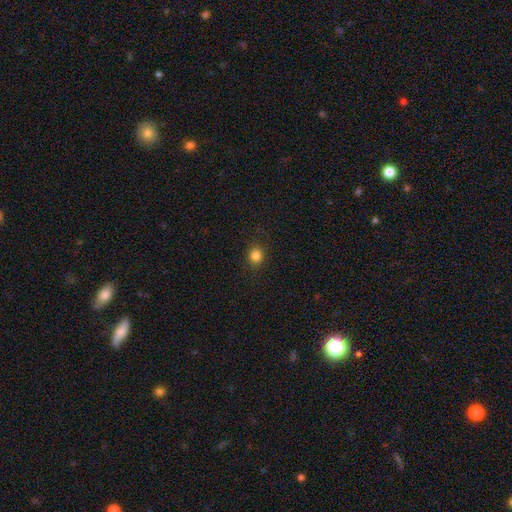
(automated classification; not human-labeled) The model was most divided on "how rounded": round: 83%, in between: 16%, cigar-shaped: 1%. More confident: merging — none (89%); smooth or featured — smooth (83%).